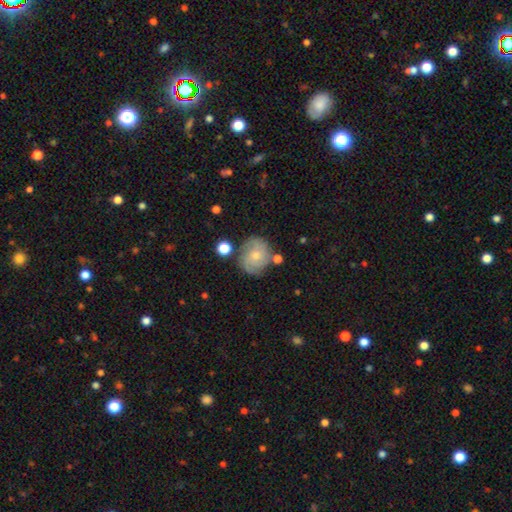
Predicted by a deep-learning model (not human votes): The model was most divided on "bulge size": small: 58%, moderate: 36%, none: 3%, large: 2%, dominant: 1%. More confident: edge-on disk — no (98%); spiral arms — yes (87%); bar — no (78%); merging — none (71%); smooth or featured — featured or disk (57%).